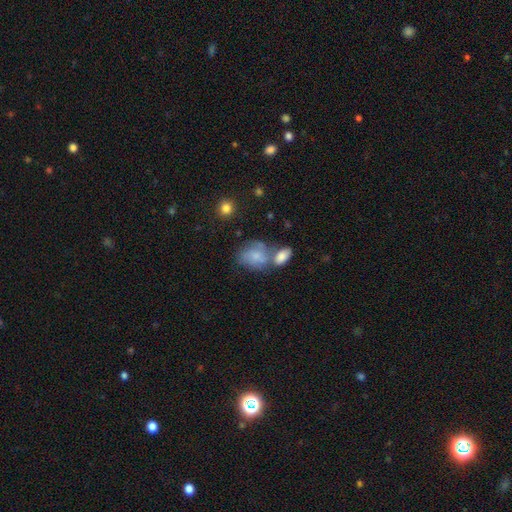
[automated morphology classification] Smooth or featured: smooth — 69% (featured or disk — 22%)
How rounded: in between — 64% (round — 35%)
Merging: merger — 35% (none — 34%)